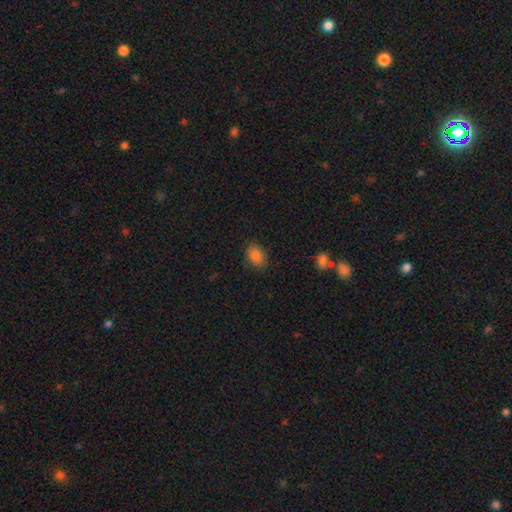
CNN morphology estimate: Q: Smooth or featured?
A: smooth (85%); runner-up: star or artifact (9%)
Q: How rounded?
A: in between (80%); runner-up: round (19%)
Q: Merging?
A: none (82%); runner-up: minor disturbance (13%)